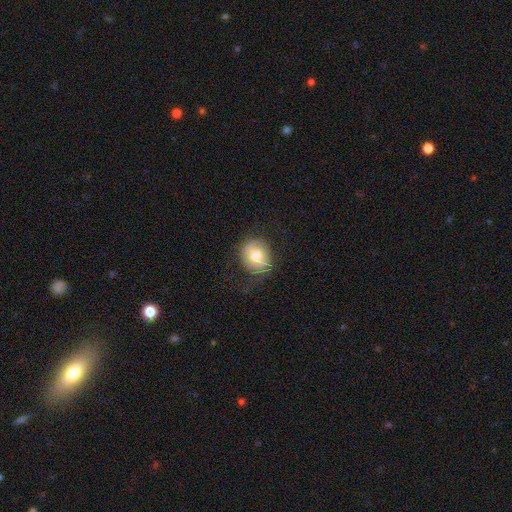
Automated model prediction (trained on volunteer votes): This is likely a smooth galaxy (66%). How rounded: likely round (72%). Merging: likely none (72%).